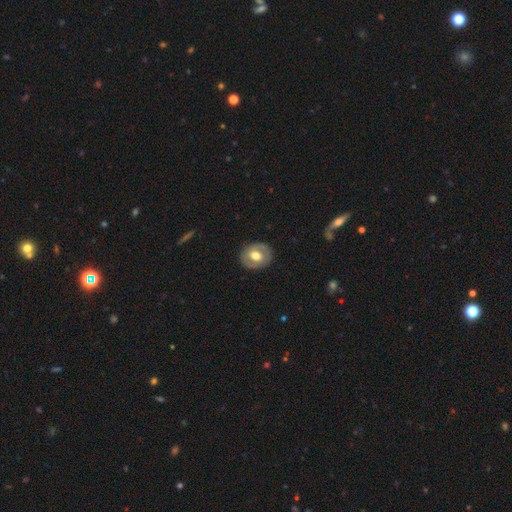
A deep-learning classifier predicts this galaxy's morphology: Overall: smooth (50%; featured or disk 44%). Merging: none (85%).